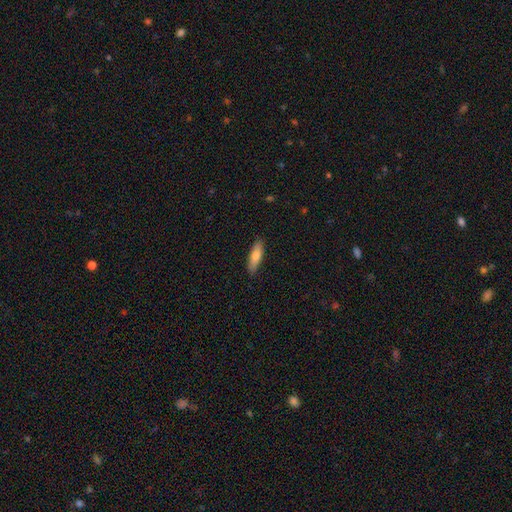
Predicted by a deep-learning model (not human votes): smooth_or_featured: smooth (p=0.73) [alt: featured or disk p=0.21]
how_rounded: cigar-shaped (p=0.56) [alt: in between p=0.42]
merging: none (p=0.87) [alt: minor disturbance p=0.10]